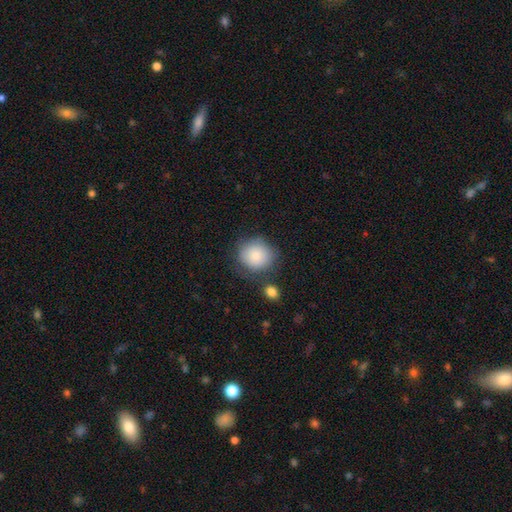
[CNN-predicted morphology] Overall: smooth (85%). How rounded: round (86%). Merging: none (70%).